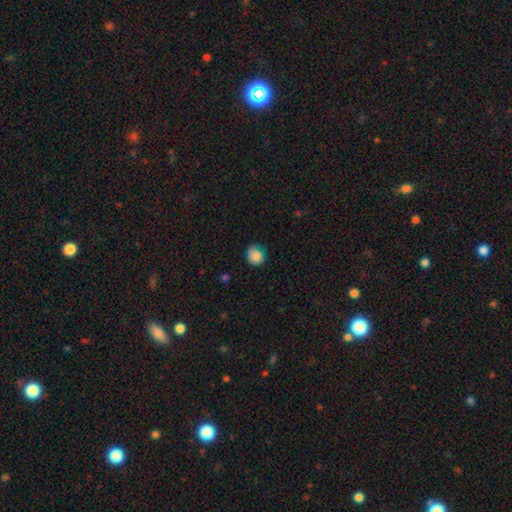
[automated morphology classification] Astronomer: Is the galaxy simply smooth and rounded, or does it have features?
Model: smooth — 82%.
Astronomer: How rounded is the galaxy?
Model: round — 77%.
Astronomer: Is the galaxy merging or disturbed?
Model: none — 61%.